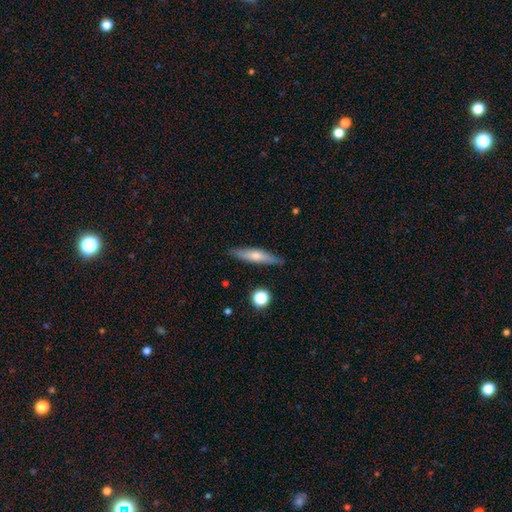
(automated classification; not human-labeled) Morphology: type=smooth (55%); roundness=cigar-shaped (78%); merging=none (83%).